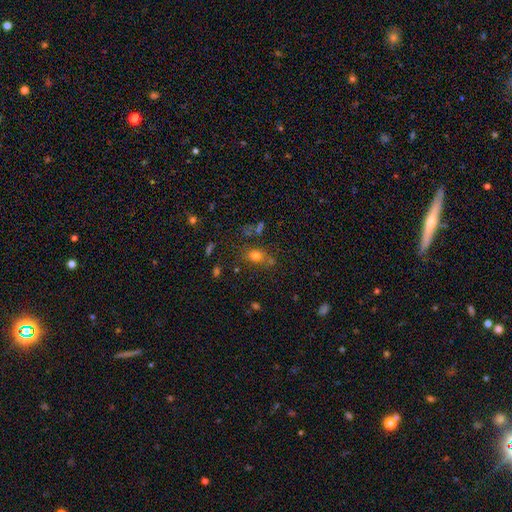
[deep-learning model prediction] Smooth or featured? Predicted: smooth (p=0.71). How rounded? Predicted: round (p=0.50). Merging? Predicted: none (p=0.64).